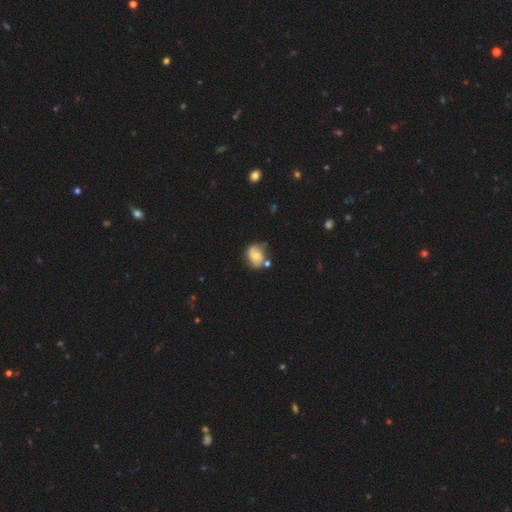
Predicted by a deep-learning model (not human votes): This appears to be a smooth galaxy with no disk features (46%). Merging: none (56%).